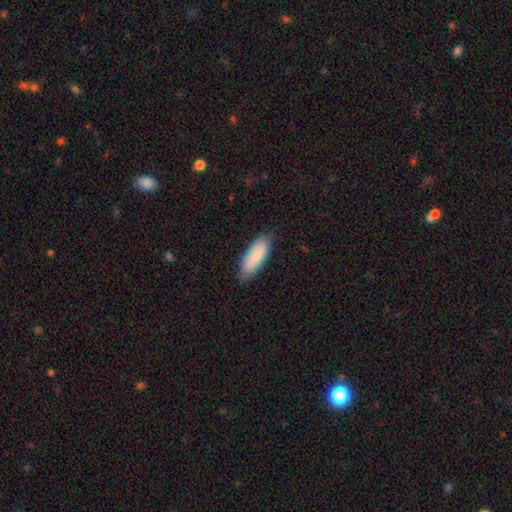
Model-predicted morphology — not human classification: Overall: smooth (86%). How rounded: in between (72%). Merging: none (83%).